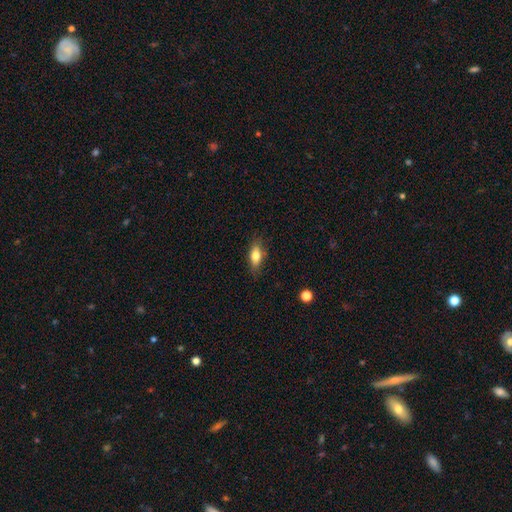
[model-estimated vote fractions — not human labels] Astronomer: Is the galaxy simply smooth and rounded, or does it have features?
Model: smooth — 76%.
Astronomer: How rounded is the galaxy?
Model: in between — 75%.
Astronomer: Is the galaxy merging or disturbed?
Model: none — 83%.